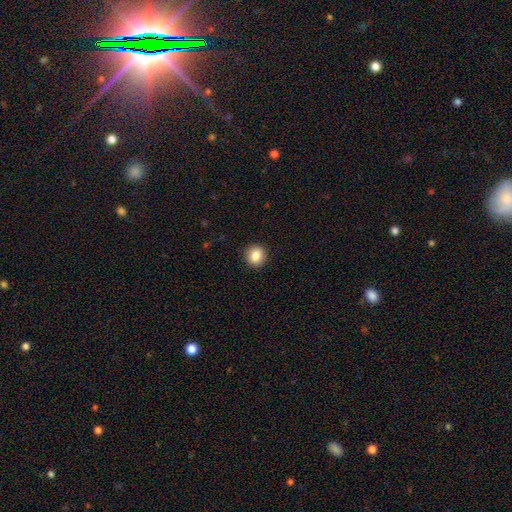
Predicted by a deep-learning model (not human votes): Smooth or featured? Predicted: smooth (p=0.86). How rounded? Predicted: round (p=0.88). Merging? Predicted: none (p=0.92).